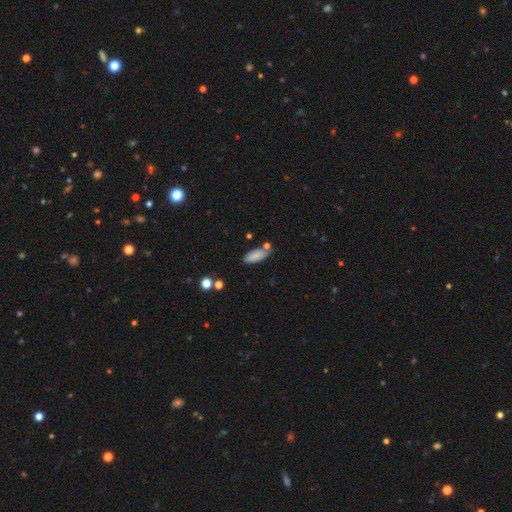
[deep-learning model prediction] This appears to be a smooth galaxy with no disk features (84%) that is in between round and cigar-shaped (80%). Merging: none (70%).